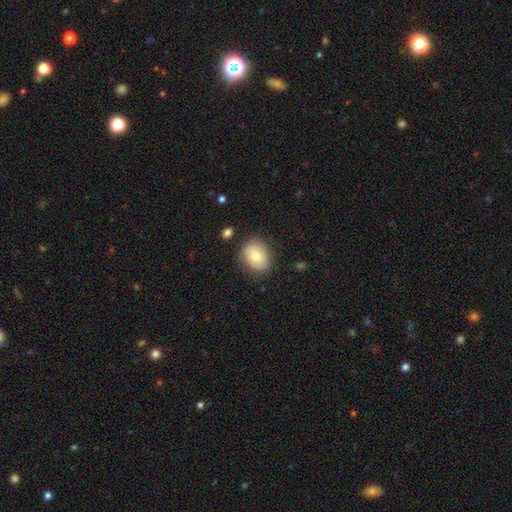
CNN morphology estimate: Smooth or featured?
  - smooth: 69% *
  - featured or disk: 23%
  - star or artifact: 8%
How rounded?
  - round: 50% *
  - in between: 49%
  - cigar-shaped: 1%
Merging?
  - none: 78% *
  - minor disturbance: 16%
  - major disturbance: 4%
  - merger: 2%